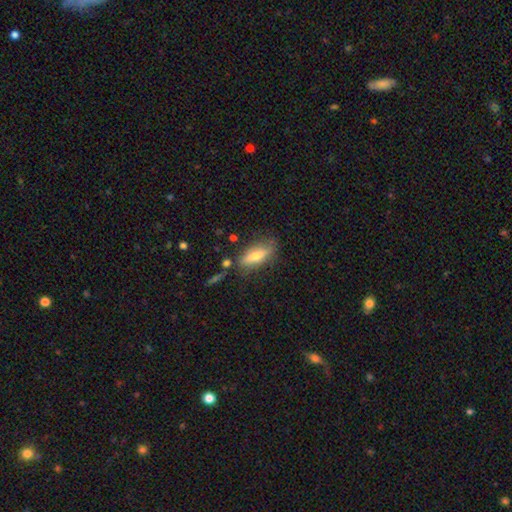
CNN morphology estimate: Smooth or featured?
  - smooth: 56% *
  - featured or disk: 36%
  - star or artifact: 8%
How rounded?
  - in between: 51% *
  - cigar-shaped: 46%
  - round: 3%
Merging?
  - none: 72% *
  - minor disturbance: 18%
  - major disturbance: 5%
  - merger: 5%